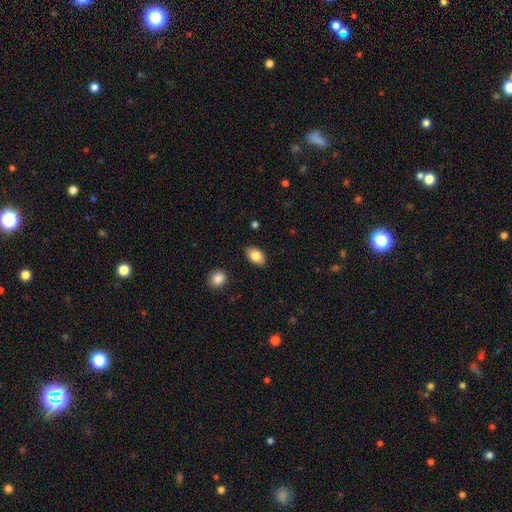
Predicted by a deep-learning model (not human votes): Smooth or featured? smooth (83%)
How rounded? in between (90%)
Merging? none (88%)